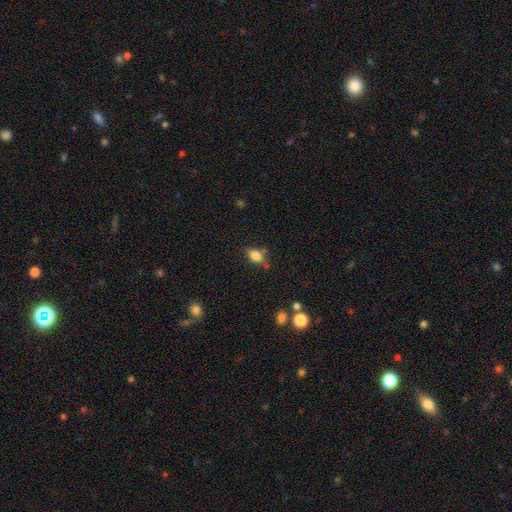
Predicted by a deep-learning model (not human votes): Smooth or featured: smooth — 84% (star or artifact — 10%)
How rounded: in between — 81% (round — 16%)
Merging: none — 73% (minor disturbance — 16%)